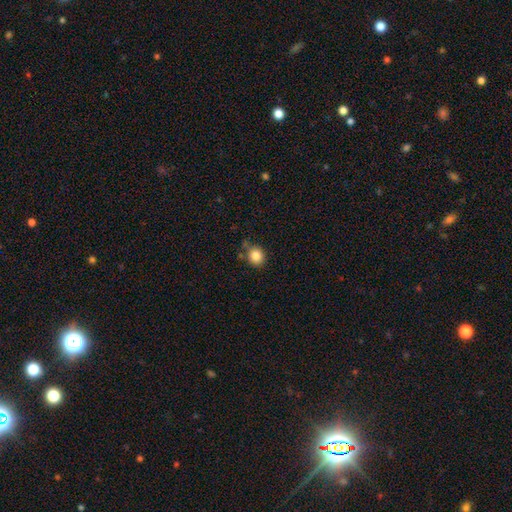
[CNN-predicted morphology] Smooth or featured? smooth (84%)
How rounded? round (81%)
Merging? none (74%)